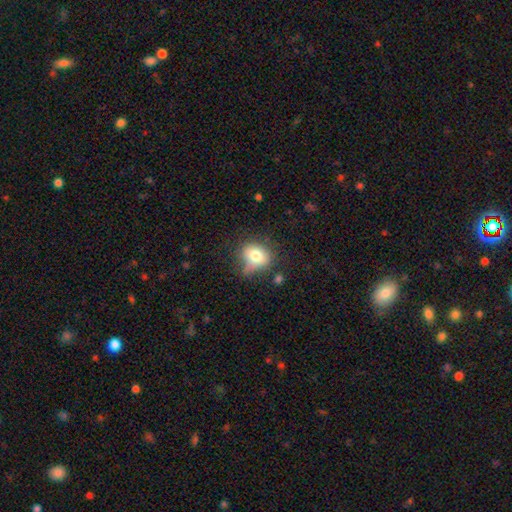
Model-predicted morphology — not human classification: Smooth or featured: smooth — 76% (featured or disk — 14%)
How rounded: round — 56% (in between — 43%)
Merging: none — 50% (minor disturbance — 31%)